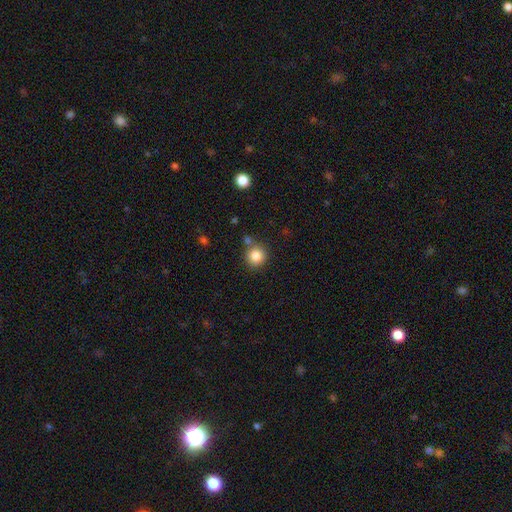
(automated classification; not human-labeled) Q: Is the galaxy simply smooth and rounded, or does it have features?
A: smooth — 84%.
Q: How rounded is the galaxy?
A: round — 91%.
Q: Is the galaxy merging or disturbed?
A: none — 74%.